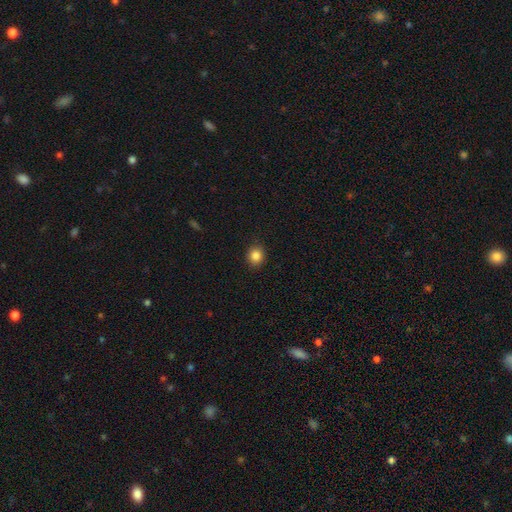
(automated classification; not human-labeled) smooth_or_featured: smooth (p=0.85) [alt: star or artifact p=0.11]
how_rounded: round (p=0.80) [alt: in between p=0.19]
merging: none (p=0.88) [alt: minor disturbance p=0.09]